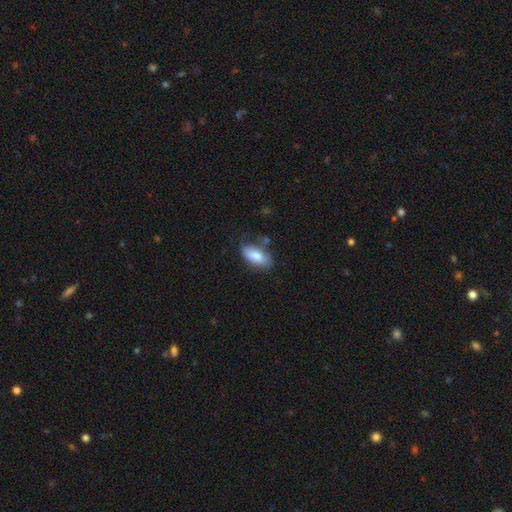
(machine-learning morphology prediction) Smooth or featured? smooth (80%)
How rounded? in between (90%)
Merging? none (69%)